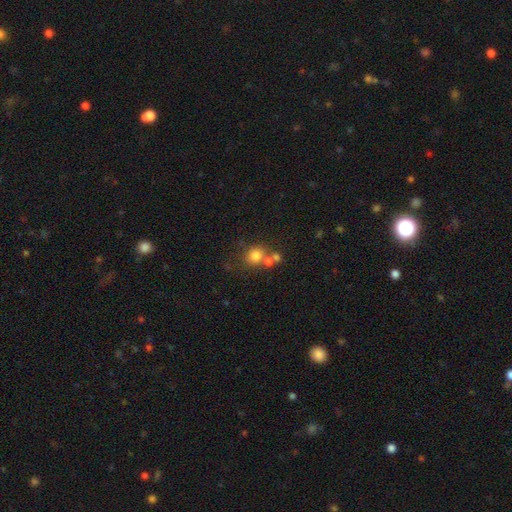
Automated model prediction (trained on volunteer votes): Q: Smooth or featured?
A: smooth (76%); runner-up: star or artifact (13%)
Q: How rounded?
A: round (79%); runner-up: in between (20%)
Q: Merging?
A: none (53%); runner-up: merger (31%)